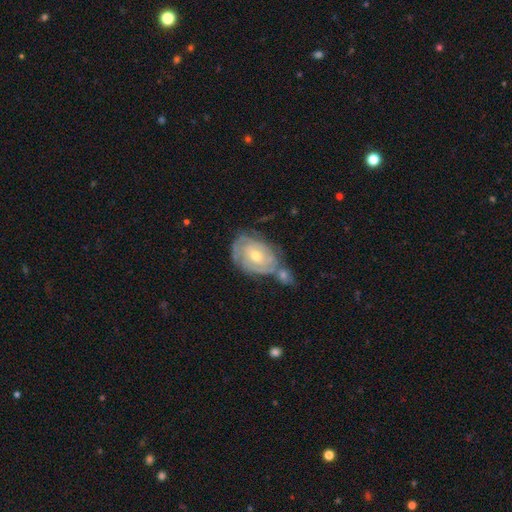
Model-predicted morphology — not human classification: Smooth or featured? featured or disk (74%)
Edge-on disk? no (96%)
Bar? no (69%)
Spiral arms? yes (86%)
Spiral winding? tight (74%)
Spiral arm count? can't tell (49%)
Bulge size? moderate (51%)
Merging? none (41%)